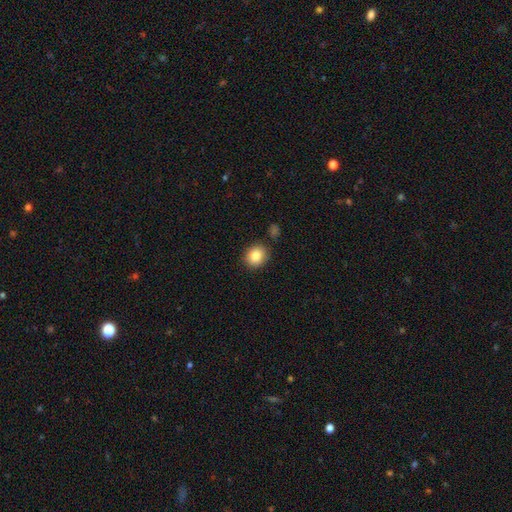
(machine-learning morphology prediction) Q: Smooth or featured?
A: smooth (85%); runner-up: star or artifact (9%)
Q: How rounded?
A: round (74%); runner-up: in between (25%)
Q: Merging?
A: none (85%); runner-up: minor disturbance (9%)